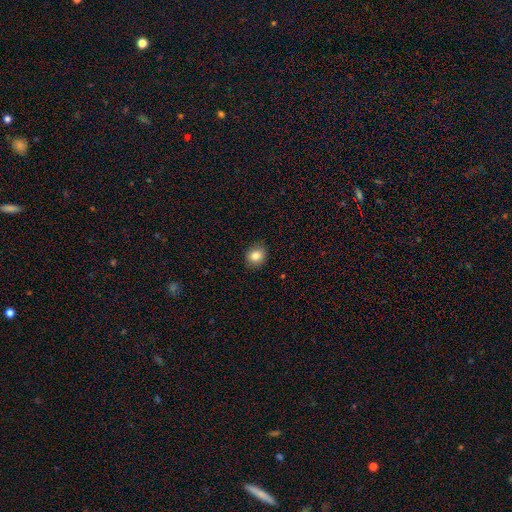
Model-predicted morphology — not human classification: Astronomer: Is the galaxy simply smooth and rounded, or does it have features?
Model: smooth — 84%.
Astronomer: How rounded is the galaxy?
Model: round — 69%.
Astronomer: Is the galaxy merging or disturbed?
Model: none — 88%.